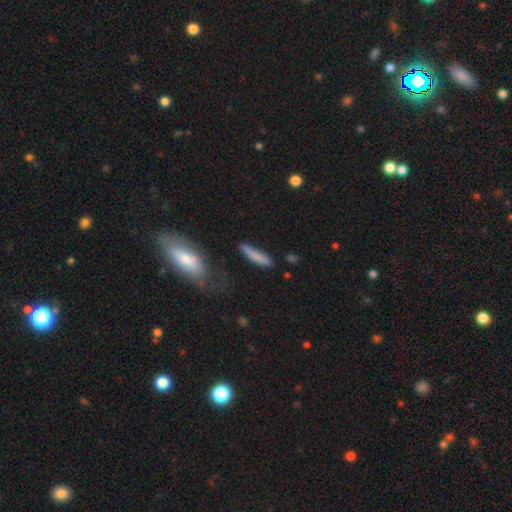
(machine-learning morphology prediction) The model was most divided on "merging": none: 74%, minor disturbance: 17%, major disturbance: 5%, merger: 4%. More confident: how rounded — cigar-shaped (85%); smooth or featured — smooth (79%).